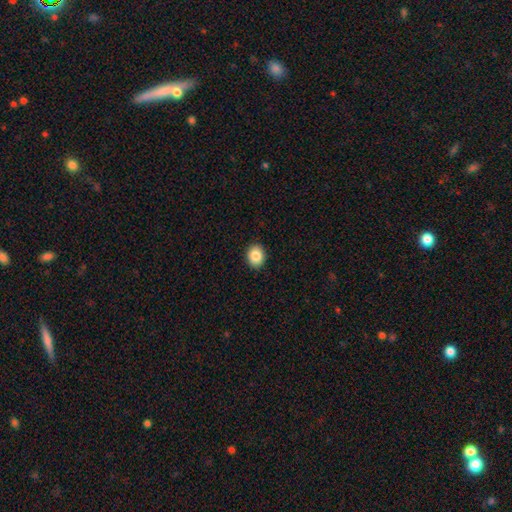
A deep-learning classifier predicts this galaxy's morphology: Smooth or featured? smooth (86%)
How rounded? round (54%)
Merging? none (91%)